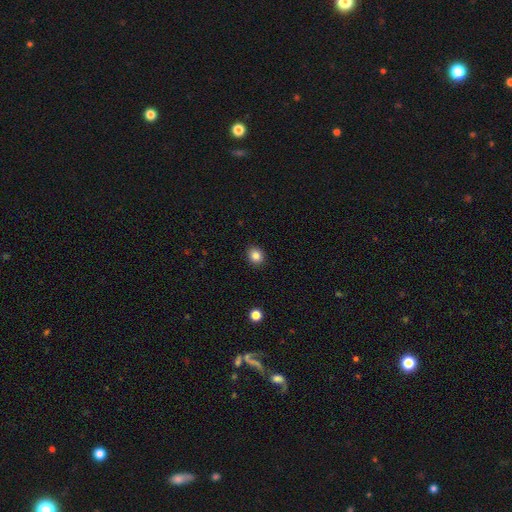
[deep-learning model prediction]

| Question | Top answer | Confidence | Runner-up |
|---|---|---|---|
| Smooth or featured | smooth | 85% | star or artifact (11%) |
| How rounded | round | 79% | in between (20%) |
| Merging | none | 92% | minor disturbance (5%) |